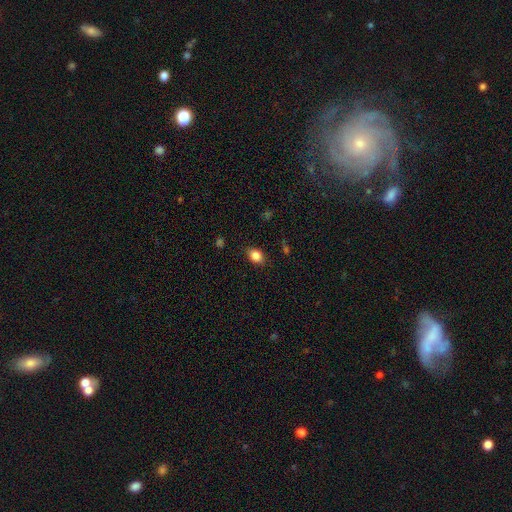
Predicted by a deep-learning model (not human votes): Smooth or featured: smooth — 85% (star or artifact — 9%)
How rounded: in between — 68% (round — 31%)
Merging: none — 84% (minor disturbance — 12%)